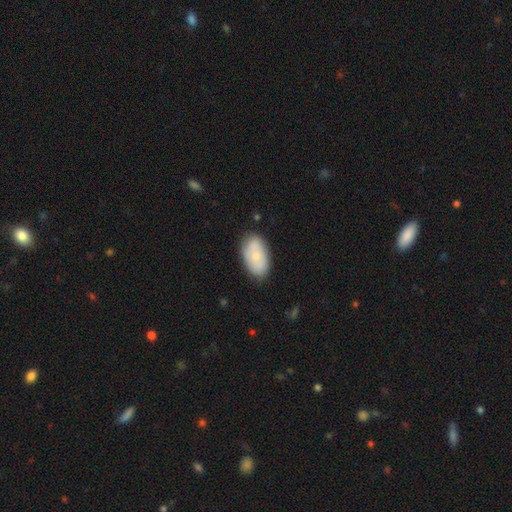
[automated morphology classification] Smooth or featured?
  - smooth: 67% *
  - featured or disk: 27%
  - star or artifact: 6%
How rounded?
  - in between: 93% *
  - round: 5%
  - cigar-shaped: 2%
Merging?
  - none: 78% *
  - minor disturbance: 16%
  - major disturbance: 3%
  - merger: 2%